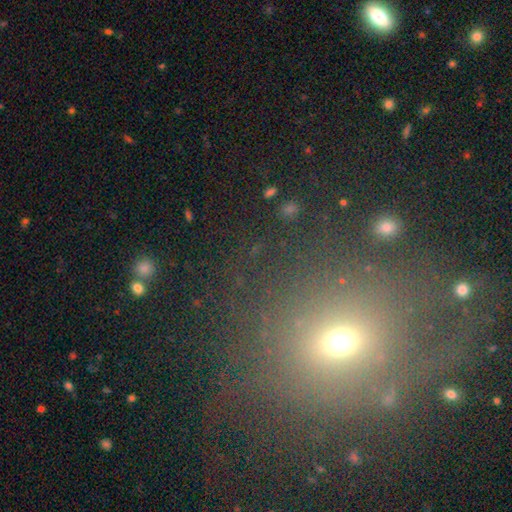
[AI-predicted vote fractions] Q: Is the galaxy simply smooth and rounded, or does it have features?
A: smooth — 46%.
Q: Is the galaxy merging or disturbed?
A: none — 73%.